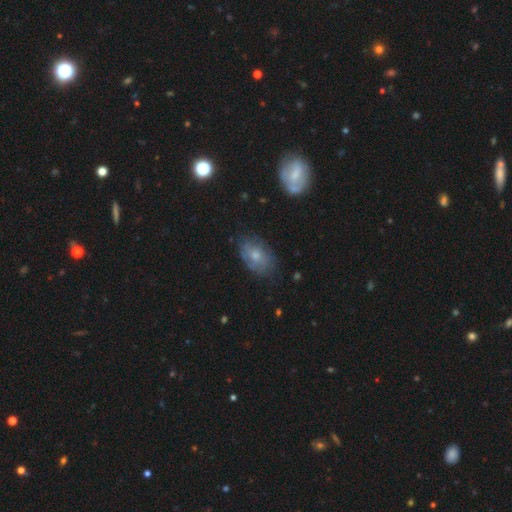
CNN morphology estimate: type=smooth (46%); merging=none (68%).